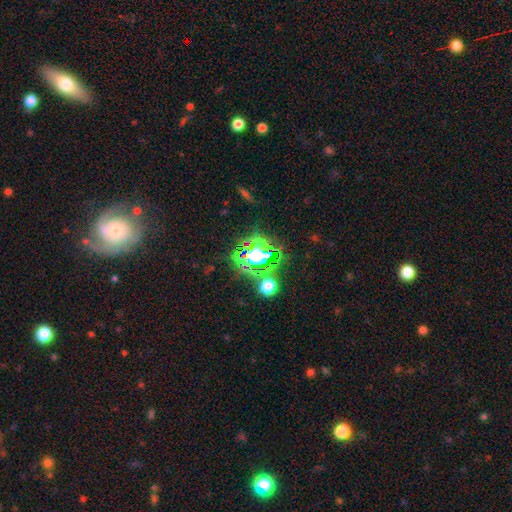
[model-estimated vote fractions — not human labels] The model was most divided on "smooth or featured": star or artifact: 69%, smooth: 20%, featured or disk: 11%.